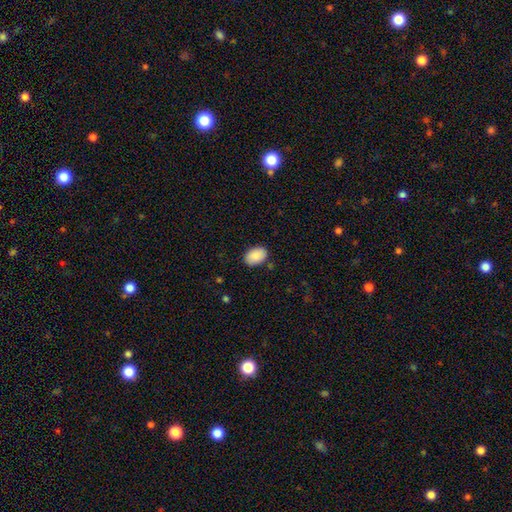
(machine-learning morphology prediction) Smooth or featured? smooth (89%)
How rounded? in between (87%)
Merging? none (85%)